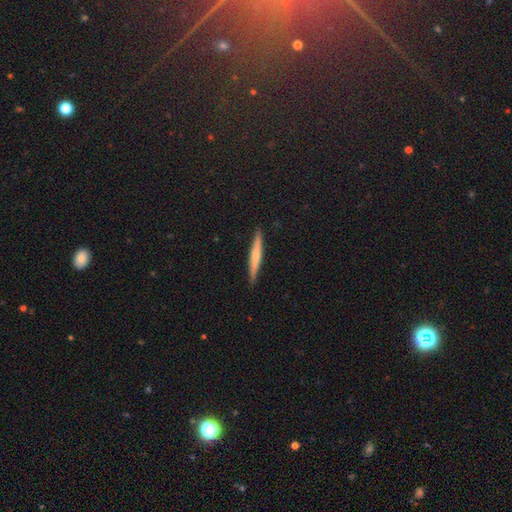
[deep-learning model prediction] smooth 50%, featured or disk 44%, star or artifact 6%. Down the decision tree: merging — none (91%).